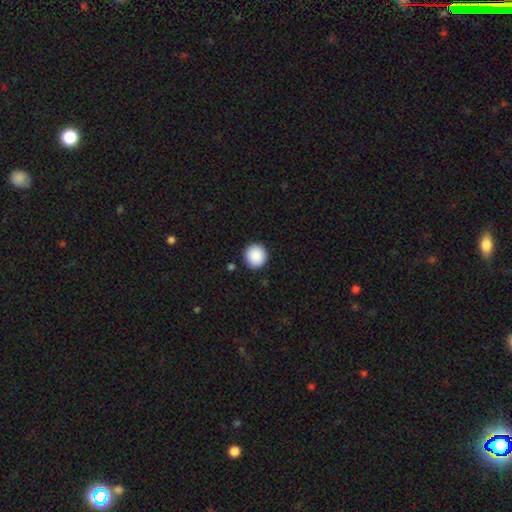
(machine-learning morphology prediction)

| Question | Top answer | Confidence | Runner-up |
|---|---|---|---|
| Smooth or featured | smooth | 89% | star or artifact (8%) |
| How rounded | round | 94% | in between (5%) |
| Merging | none | 91% | minor disturbance (6%) |